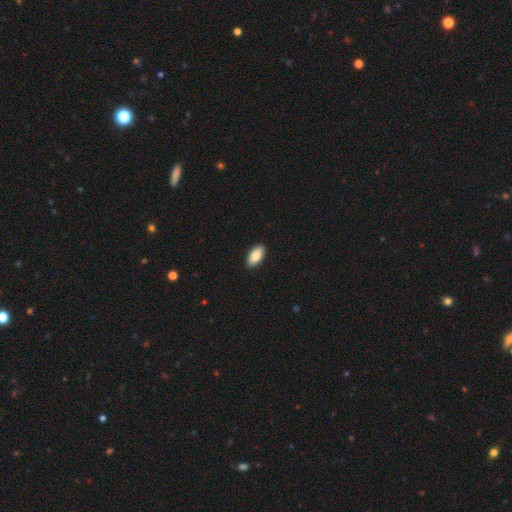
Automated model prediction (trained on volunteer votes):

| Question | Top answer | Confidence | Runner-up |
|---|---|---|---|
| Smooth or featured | smooth | 86% | featured or disk (7%) |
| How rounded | in between | 94% | cigar-shaped (3%) |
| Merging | none | 91% | minor disturbance (7%) |